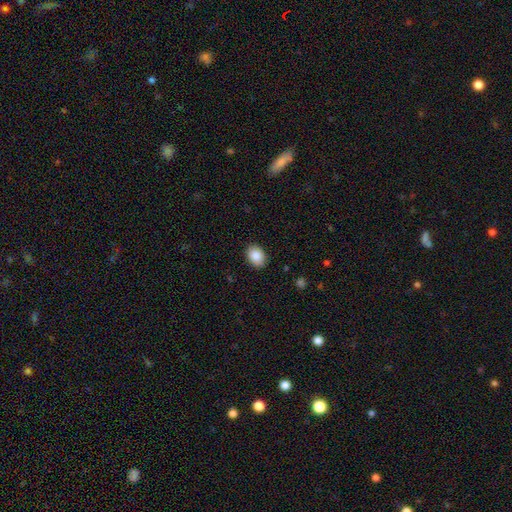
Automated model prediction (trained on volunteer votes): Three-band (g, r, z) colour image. It shows a smooth galaxy with no disk features (86%) that is in between round and cigar-shaped (72%). Merging: none (89%).